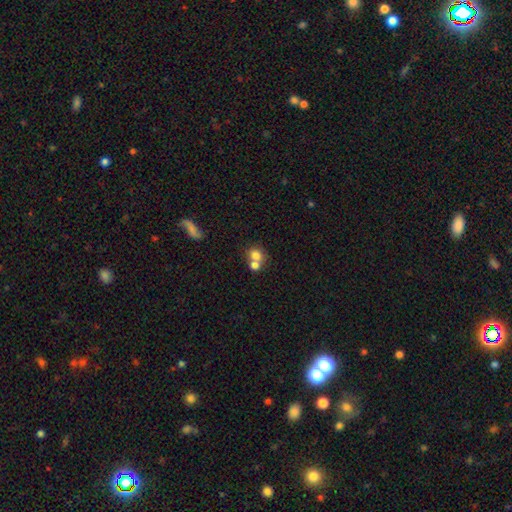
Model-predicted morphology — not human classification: This appears to be a smooth galaxy with no disk features (76%) that is round (71%). Merging: merger (54%).